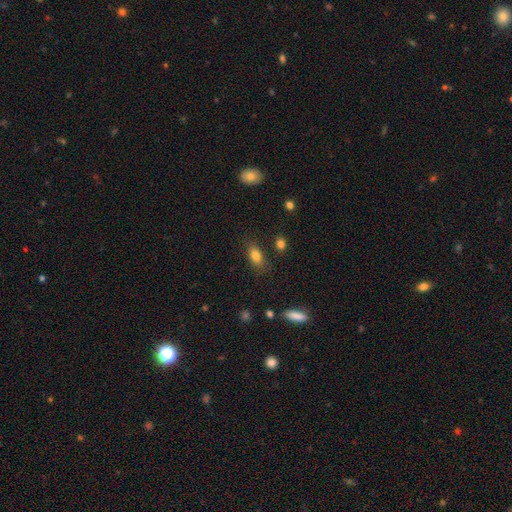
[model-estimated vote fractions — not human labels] Q: Smooth or featured?
A: smooth (83%); runner-up: star or artifact (10%)
Q: How rounded?
A: in between (86%); runner-up: round (8%)
Q: Merging?
A: none (77%); runner-up: minor disturbance (15%)